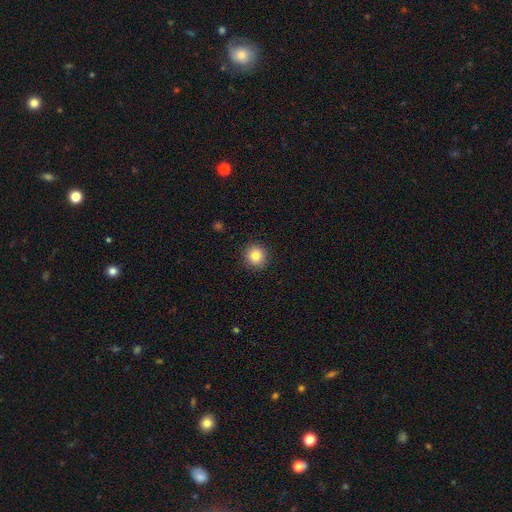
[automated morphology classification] A smooth galaxy with no disk features (82%) that is round (94%). Merging: none (91%).